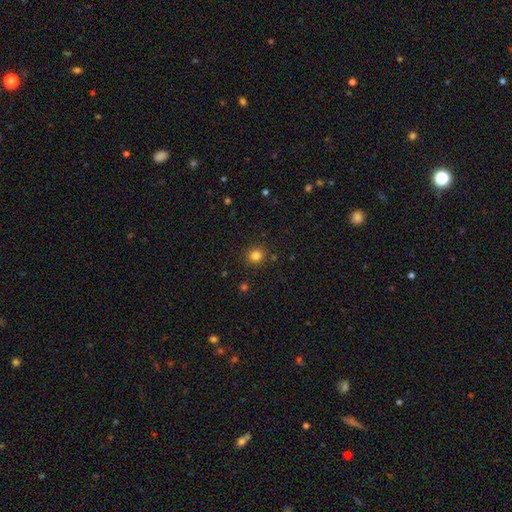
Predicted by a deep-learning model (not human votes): smooth-or-featured: smooth: 82% | star or artifact: 13% | featured or disk: 5%
  how-rounded: round: 87% | in between: 12% | cigar-shaped: 1%
  merging: none: 89% | minor disturbance: 7% | major disturbance: 2% | merger: 2%